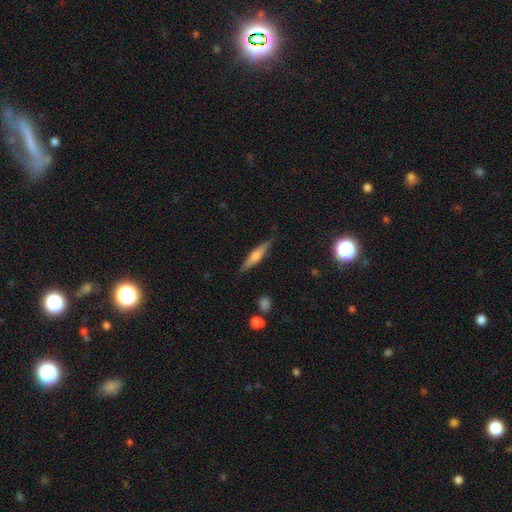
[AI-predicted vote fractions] Smooth or featured? featured or disk (52%)
Edge-on disk? yes (95%)
Merging? none (86%)